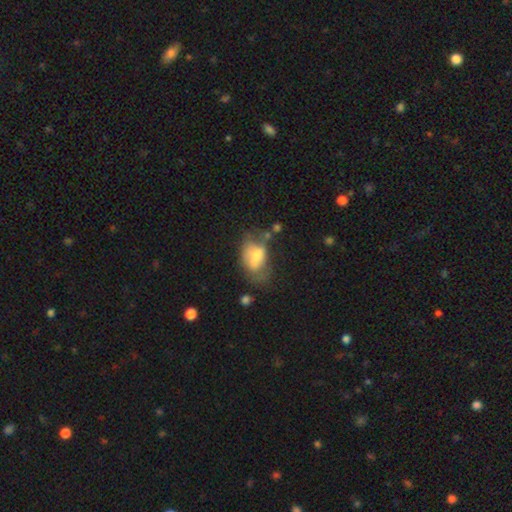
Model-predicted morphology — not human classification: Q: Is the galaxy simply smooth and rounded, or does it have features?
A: smooth — 57%.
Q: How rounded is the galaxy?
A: in between — 84%.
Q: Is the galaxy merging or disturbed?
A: none — 32%.